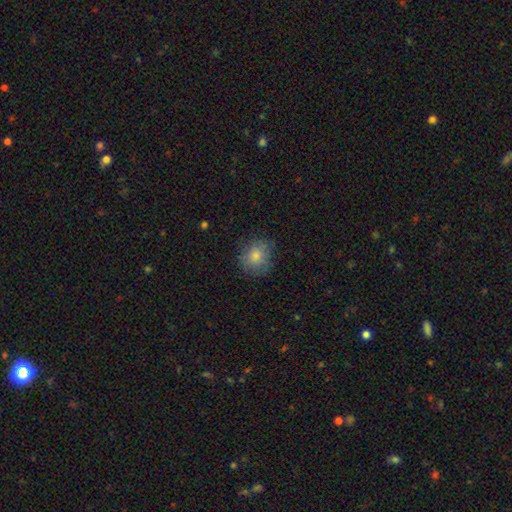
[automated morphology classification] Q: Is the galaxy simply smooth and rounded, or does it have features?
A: smooth — 78%.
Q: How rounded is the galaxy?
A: round — 79%.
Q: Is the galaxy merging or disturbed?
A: none — 77%.